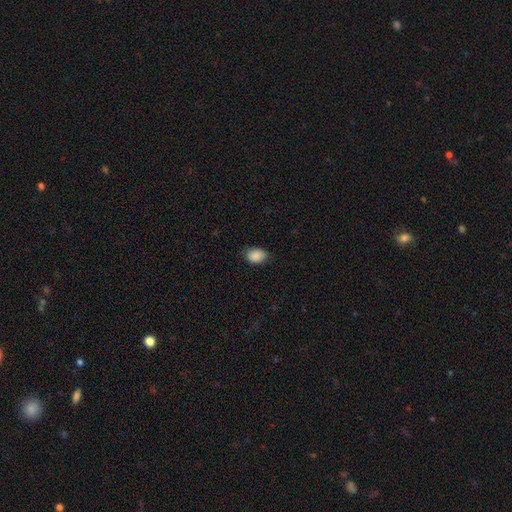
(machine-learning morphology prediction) smooth_or_featured: smooth (p=0.89) [alt: star or artifact p=0.08]
how_rounded: in between (p=0.78) [alt: round p=0.21]
merging: none (p=0.76) [alt: minor disturbance p=0.19]